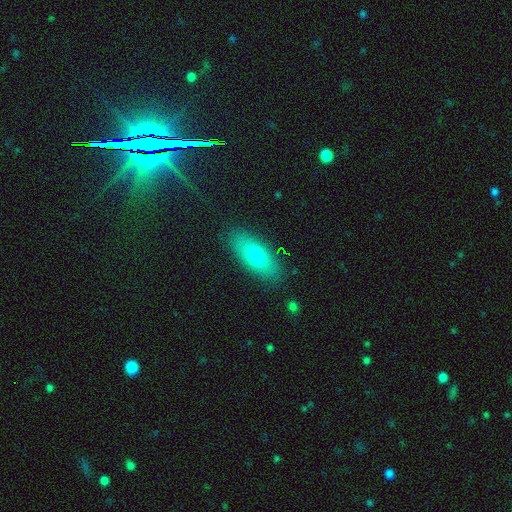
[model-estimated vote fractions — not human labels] Smooth or featured? Predicted: smooth (p=0.73). How rounded? Predicted: in between (p=0.77). Merging? Predicted: none (p=0.85).